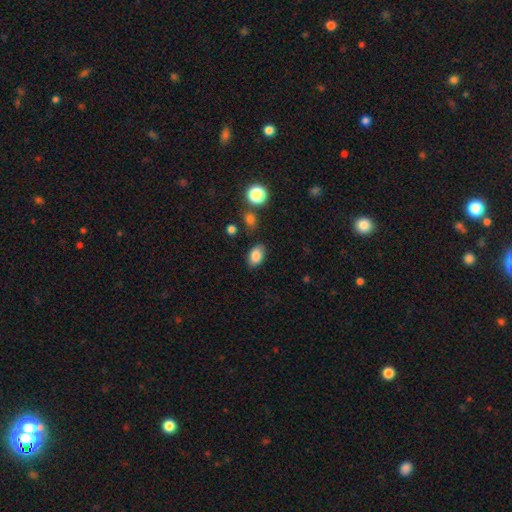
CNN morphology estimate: A smooth galaxy with no disk features (84%) that is in between round and cigar-shaped (86%). Merging: none (82%).